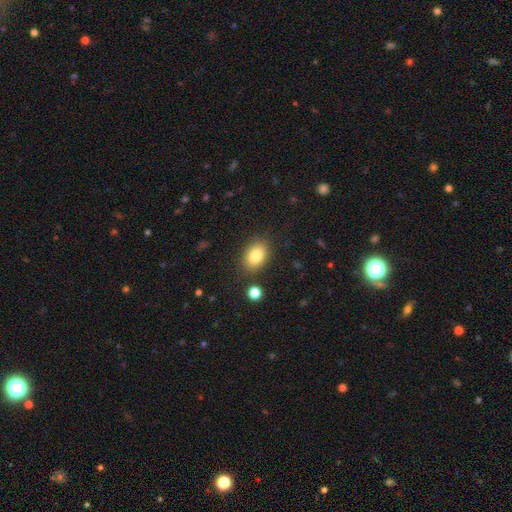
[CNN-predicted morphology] This is clearly a smooth galaxy (84%). How rounded: clearly in between (80%). Merging: clearly none (83%).